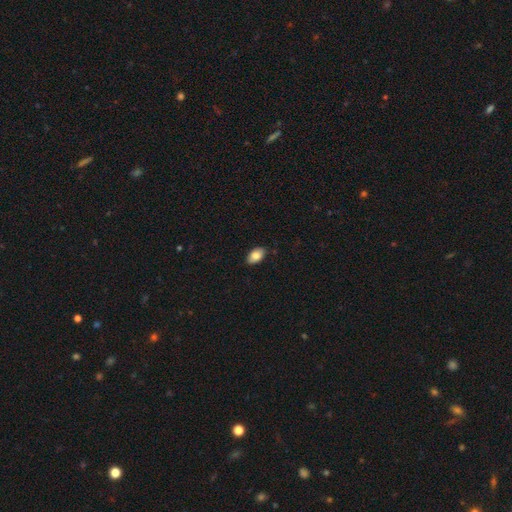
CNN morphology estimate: A smooth galaxy with no disk features (84%) that is in between round and cigar-shaped (93%). Merging: none (86%).